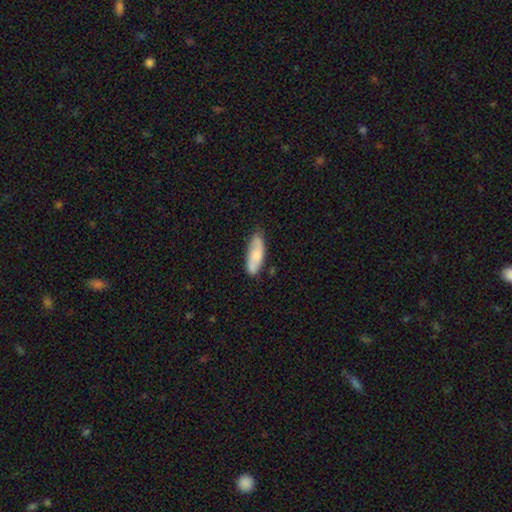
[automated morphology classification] smooth 65%, featured or disk 29%, star or artifact 6%. Down the decision tree: how rounded — in between (65%); merging — none (76%).